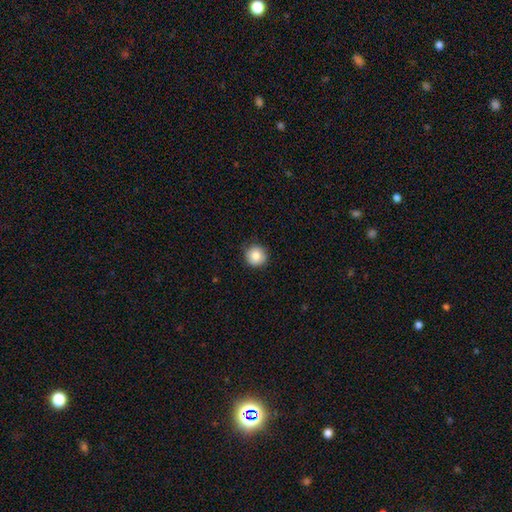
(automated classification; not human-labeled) A smooth galaxy with no disk features (83%) that is round (95%). Merging: none (88%).